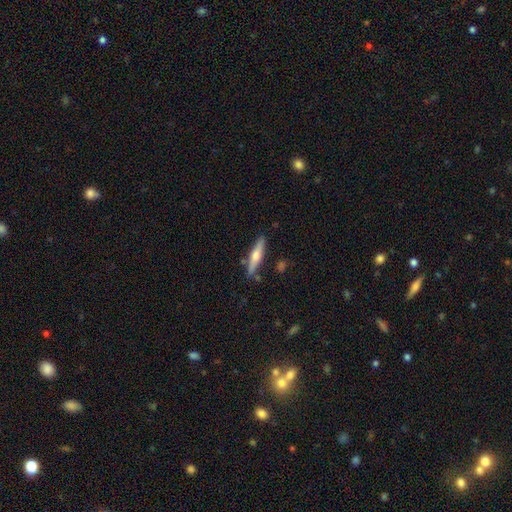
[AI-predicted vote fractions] Smooth or featured? Predicted: featured or disk (p=0.57). Edge-on disk? Predicted: yes (p=0.96). Edge-on bulge? Predicted: rounded (p=0.89). Merging? Predicted: none (p=0.83).